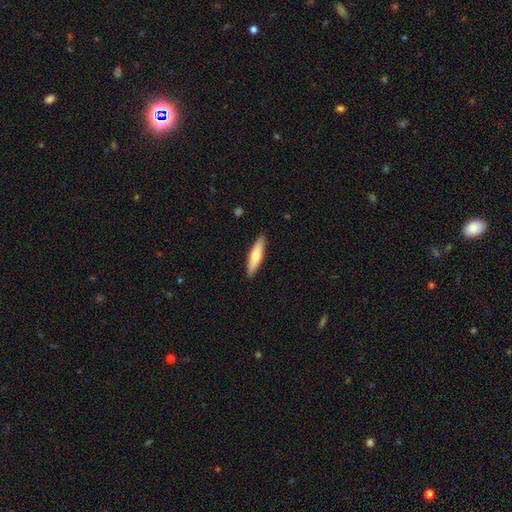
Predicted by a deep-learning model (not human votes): Smooth or featured? Predicted: smooth (p=0.66). How rounded? Predicted: cigar-shaped (p=0.75). Merging? Predicted: none (p=0.90).